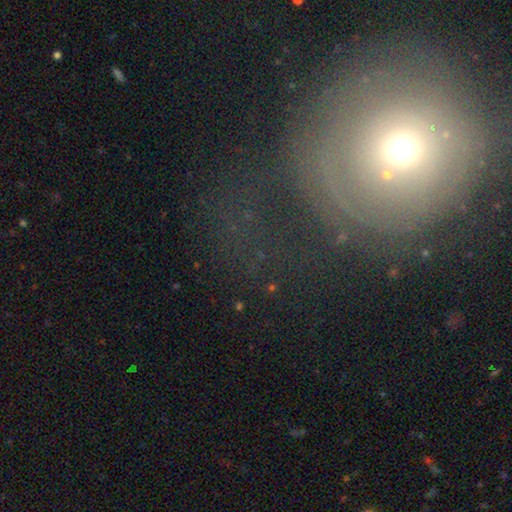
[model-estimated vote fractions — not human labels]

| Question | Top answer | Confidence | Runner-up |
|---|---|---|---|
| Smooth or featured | smooth | 41% | featured or disk (34%) |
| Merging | none | 46% | major disturbance (31%) |